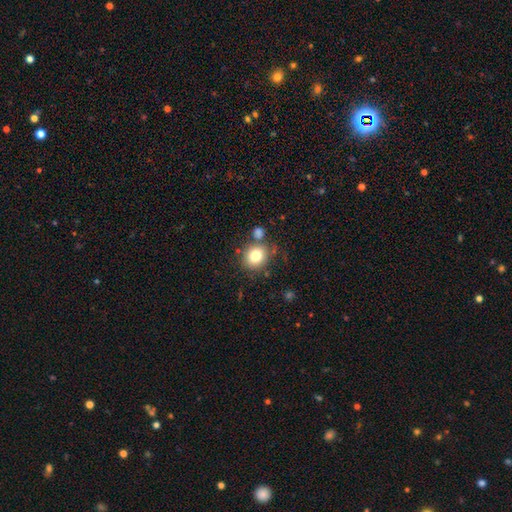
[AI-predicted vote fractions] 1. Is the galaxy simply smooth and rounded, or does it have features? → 79% smooth, 11% star or artifact, 10% featured or disk.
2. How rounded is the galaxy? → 78% round, 22% in between, 1% cigar-shaped.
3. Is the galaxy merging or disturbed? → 72% none, 12% merger, 12% minor disturbance, 4% major disturbance.